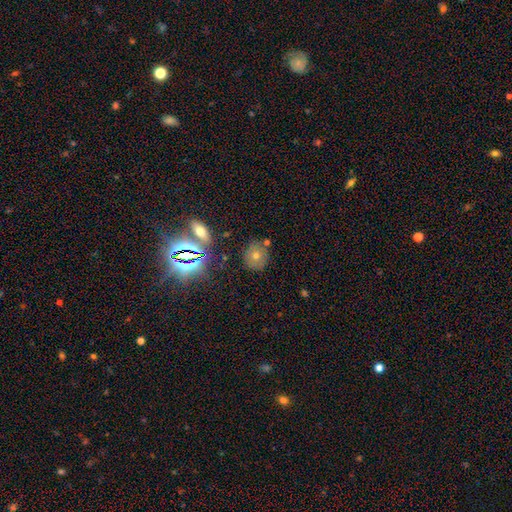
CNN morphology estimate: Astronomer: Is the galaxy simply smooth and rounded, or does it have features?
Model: star or artifact — 41% (runner-up: smooth, 36%).